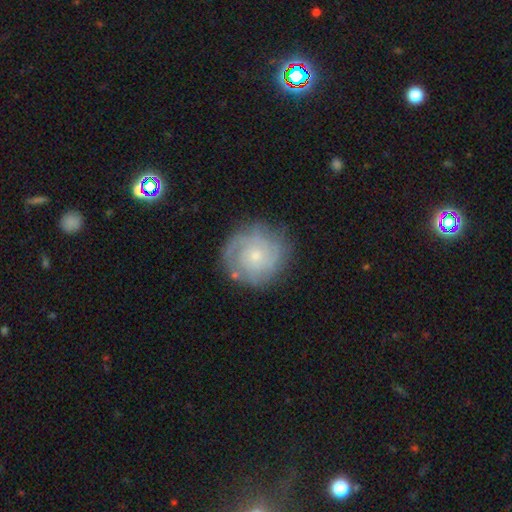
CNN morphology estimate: This is likely a featured or disk galaxy (72%). It is clearly not viewed edge-on (98%). Bar: likely no (80%). Spiral arm pattern: clearly yes (90%). Spiral arm count: marginally can't tell (38%). Spiral winding: likely tight (69%). Central bulge: likely small (72%). Merging: likely none (77%).